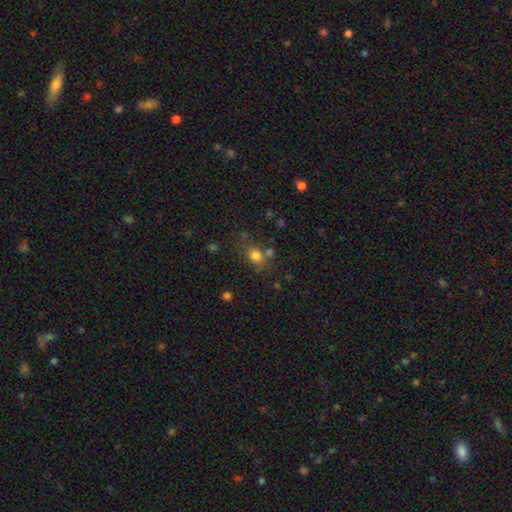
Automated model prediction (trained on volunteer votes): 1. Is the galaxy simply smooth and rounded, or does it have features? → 78% smooth, 14% star or artifact, 8% featured or disk.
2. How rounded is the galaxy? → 59% round, 40% in between, 2% cigar-shaped.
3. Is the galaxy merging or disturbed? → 64% none, 15% minor disturbance, 14% merger, 6% major disturbance.